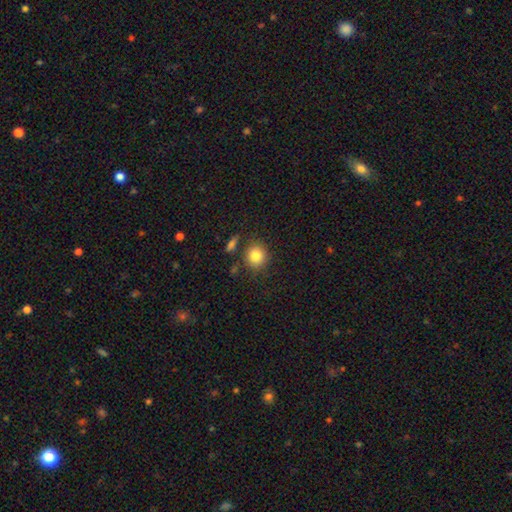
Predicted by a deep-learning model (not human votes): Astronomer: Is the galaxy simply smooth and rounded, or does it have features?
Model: smooth — 83%.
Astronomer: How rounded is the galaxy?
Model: round — 85%.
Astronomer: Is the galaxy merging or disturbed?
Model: none — 80%.